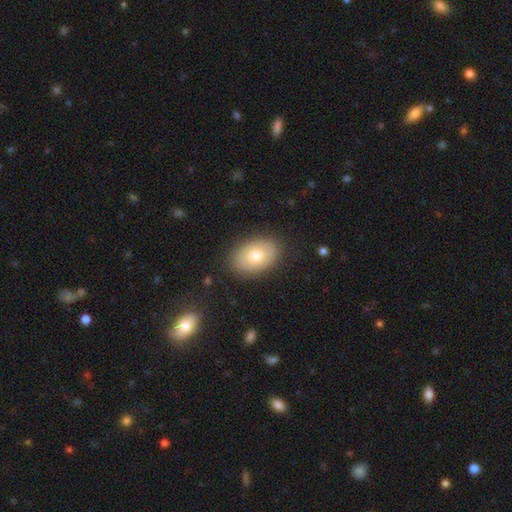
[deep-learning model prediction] Smooth or featured? smooth (73%)
How rounded? in between (85%)
Merging? none (86%)